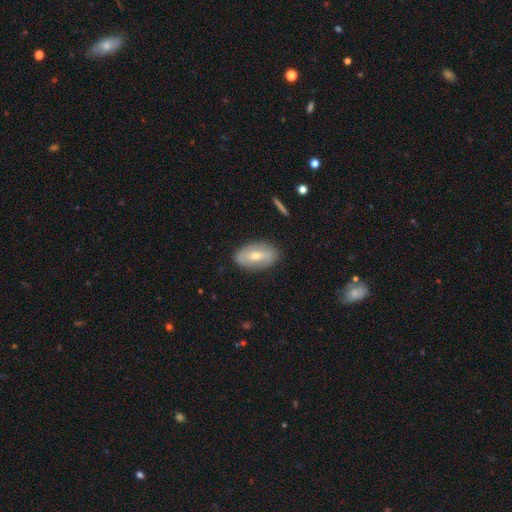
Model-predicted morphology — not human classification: type=smooth (49%); merging=none (83%).